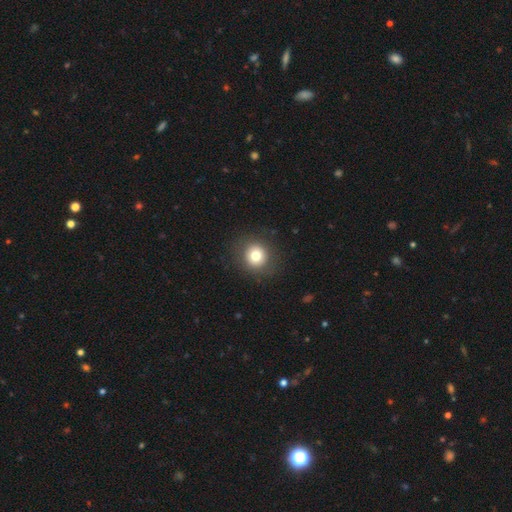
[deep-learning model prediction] smooth 77%, featured or disk 12%, star or artifact 11%. Down the decision tree: how rounded — round (90%); merging — none (88%).